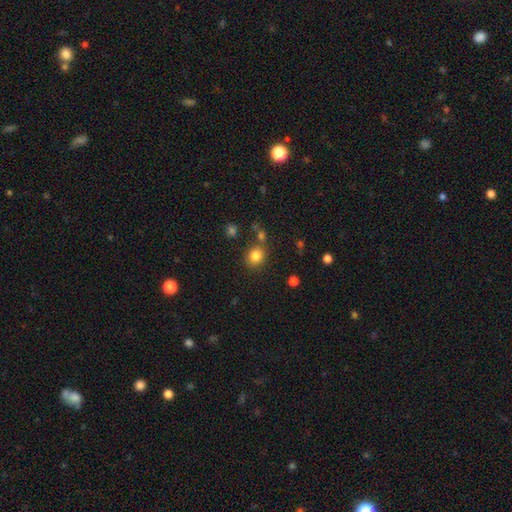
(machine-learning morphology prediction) This is clearly a smooth galaxy (82%). How rounded: likely round (78%). Merging: likely none (77%).